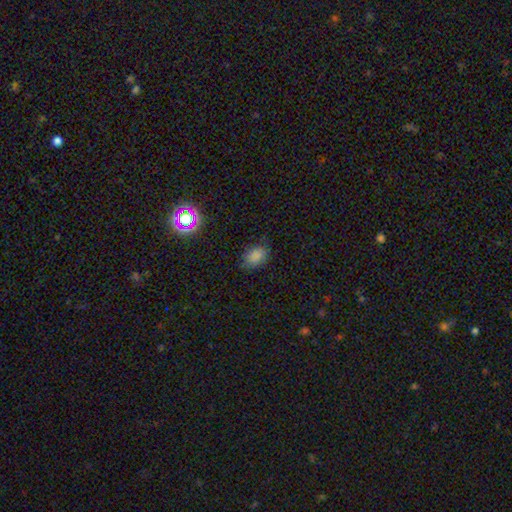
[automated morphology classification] Q: Smooth or featured?
A: smooth (81%); runner-up: star or artifact (14%)
Q: How rounded?
A: in between (78%); runner-up: round (21%)
Q: Merging?
A: none (77%); runner-up: minor disturbance (17%)